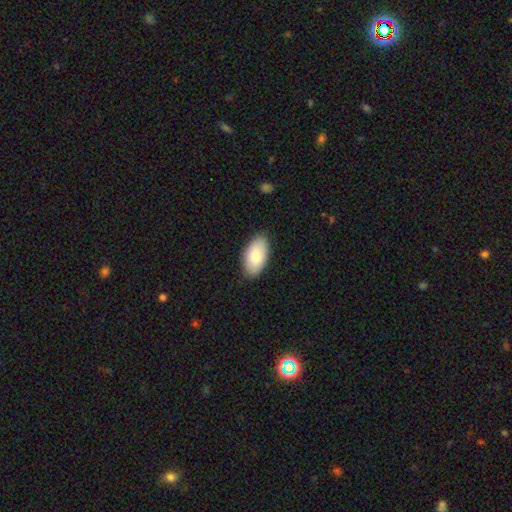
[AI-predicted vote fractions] Smooth or featured?
  - smooth: 79% *
  - featured or disk: 15%
  - star or artifact: 6%
How rounded?
  - in between: 95% *
  - round: 3%
  - cigar-shaped: 2%
Merging?
  - none: 85% *
  - minor disturbance: 11%
  - major disturbance: 2%
  - merger: 1%